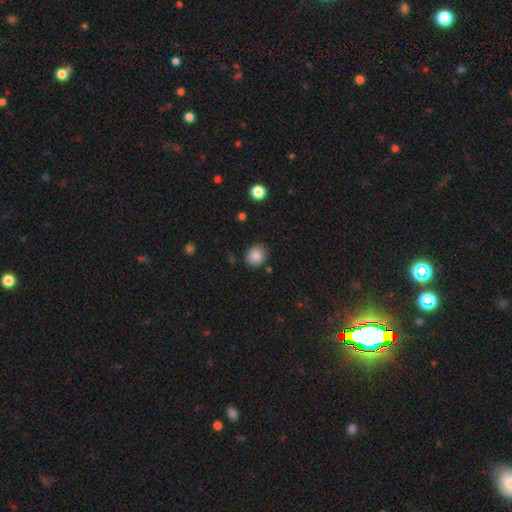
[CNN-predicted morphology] A smooth galaxy with no disk features (87%) that is round (78%). Merging: none (82%).